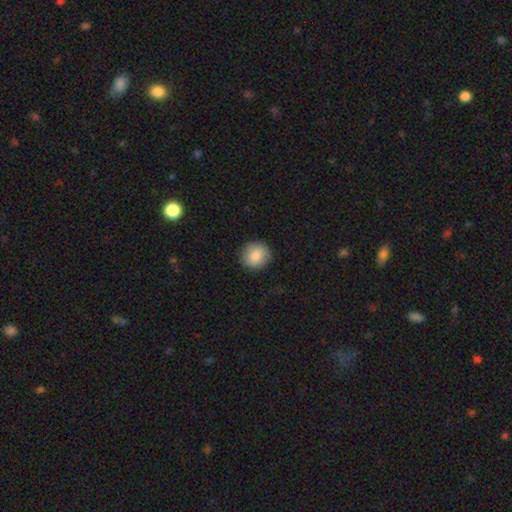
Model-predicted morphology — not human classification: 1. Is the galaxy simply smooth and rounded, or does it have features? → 85% smooth, 8% star or artifact, 7% featured or disk.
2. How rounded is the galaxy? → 87% round, 12% in between, 1% cigar-shaped.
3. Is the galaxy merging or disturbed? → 90% none, 7% minor disturbance, 2% major disturbance, 1% merger.